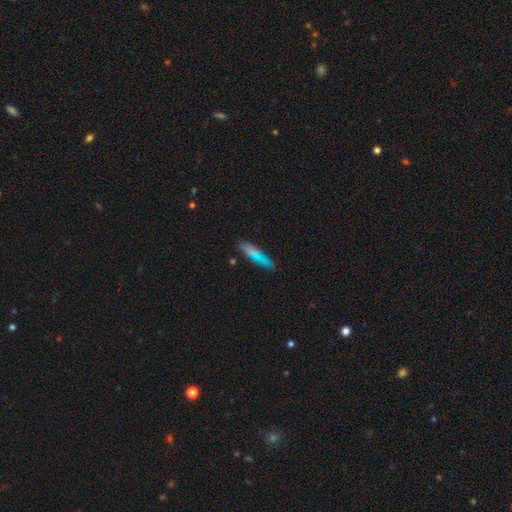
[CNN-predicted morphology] This is likely a smooth galaxy (67%). How rounded: clearly cigar-shaped (83%). Merging: likely none (73%).